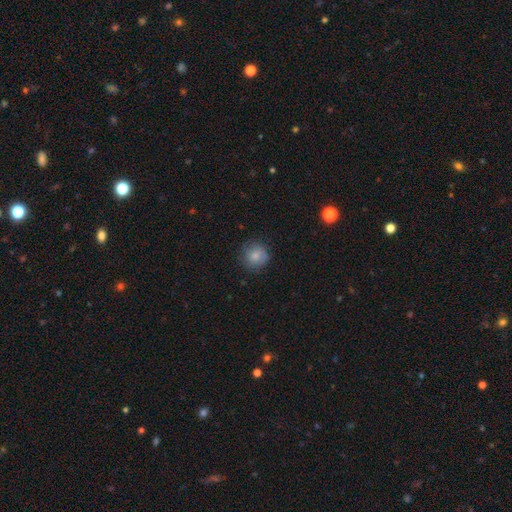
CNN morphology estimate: This is clearly a smooth galaxy (81%). How rounded: clearly round (91%). Merging: likely none (79%).